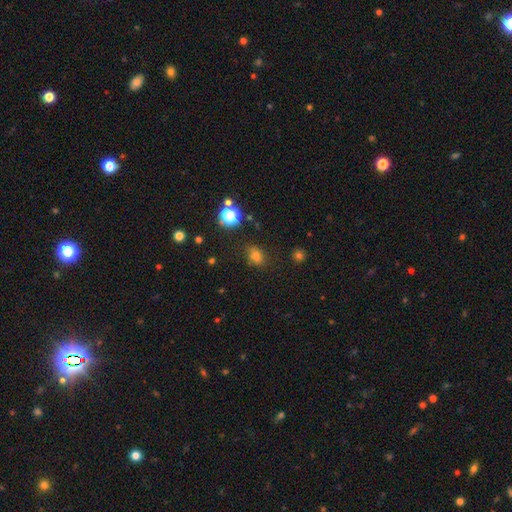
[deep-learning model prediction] Smooth or featured? smooth (67%)
How rounded? in between (66%)
Merging? none (72%)